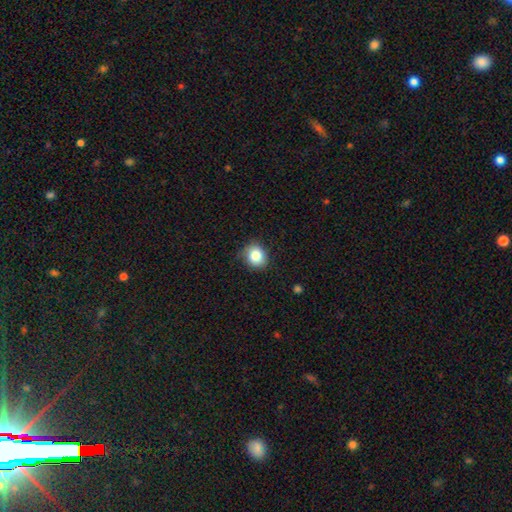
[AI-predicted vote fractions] A smooth galaxy with no disk features (83%) that is round (77%). Merging: none (79%).